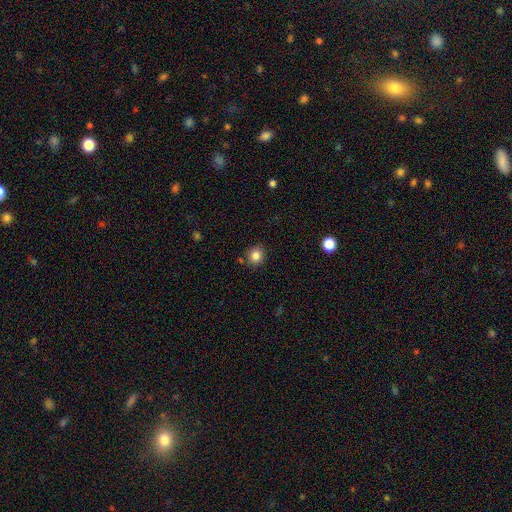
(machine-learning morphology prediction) Overall: smooth (84%). How rounded: round (83%). Merging: none (85%).